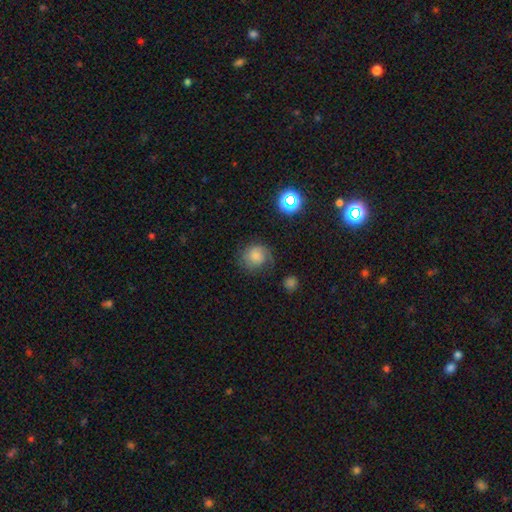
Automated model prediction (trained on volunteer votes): Smooth or featured?
  - smooth: 58% *
  - featured or disk: 29%
  - star or artifact: 14%
How rounded?
  - round: 82% *
  - in between: 17%
  - cigar-shaped: 1%
Merging?
  - none: 62% *
  - minor disturbance: 22%
  - major disturbance: 14%
  - merger: 2%